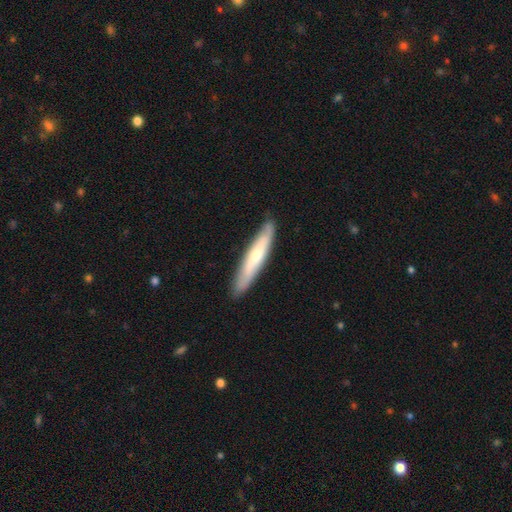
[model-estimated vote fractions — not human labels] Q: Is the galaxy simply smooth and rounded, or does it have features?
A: smooth — 55%.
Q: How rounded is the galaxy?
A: cigar-shaped — 91%.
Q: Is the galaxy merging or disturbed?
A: none — 86%.